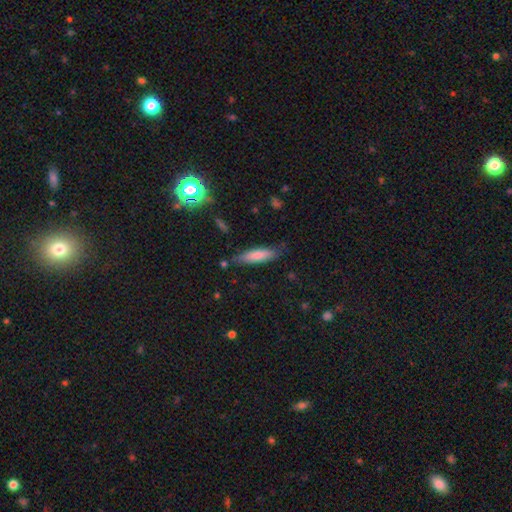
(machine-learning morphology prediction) smooth_or_featured: smooth (p=0.75) [alt: featured or disk p=0.17]
how_rounded: cigar-shaped (p=0.72) [alt: in between p=0.26]
merging: none (p=0.79) [alt: minor disturbance p=0.16]